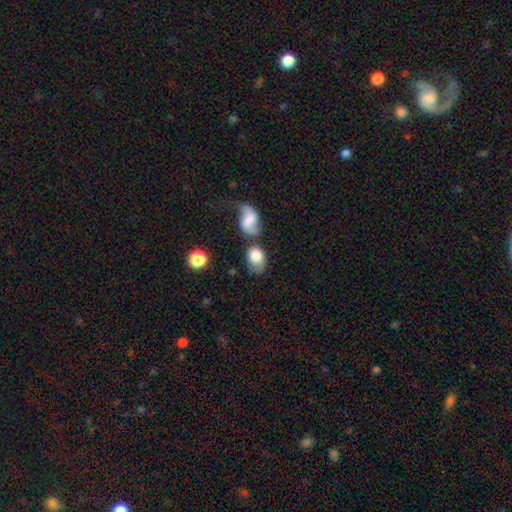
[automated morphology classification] type=smooth (71%); roundness=in between (73%); merging=none (39%).